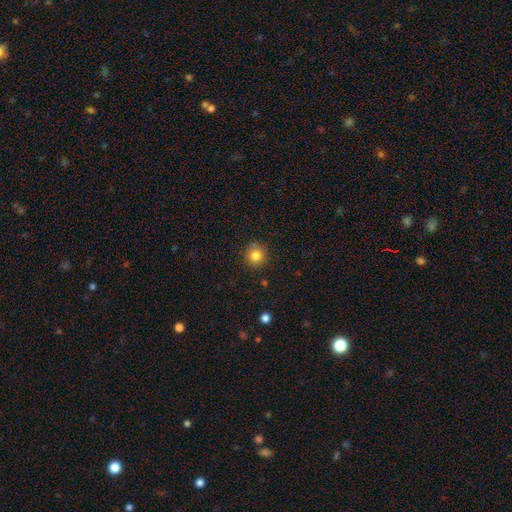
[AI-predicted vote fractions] Smooth or featured: smooth — 83% (star or artifact — 11%)
How rounded: round — 93% (in between — 6%)
Merging: none — 85% (minor disturbance — 10%)